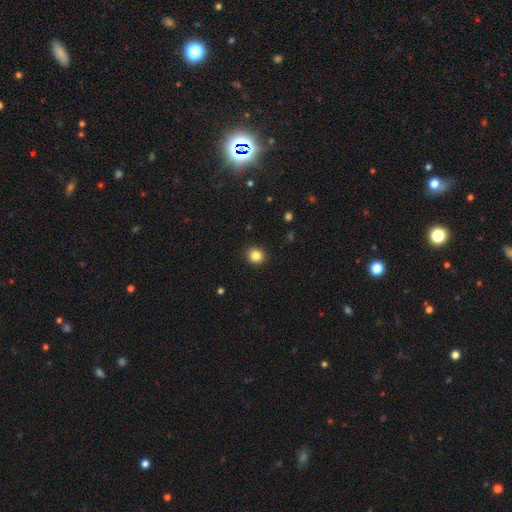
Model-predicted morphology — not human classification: The model was most divided on "smooth or featured": smooth: 84%, star or artifact: 11%, featured or disk: 5%. More confident: merging — none (92%); how rounded — round (87%).